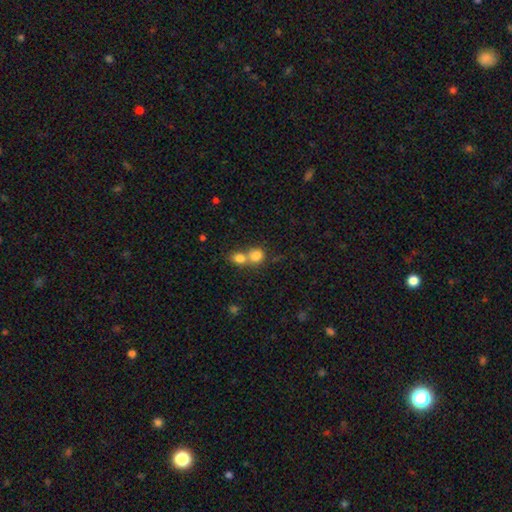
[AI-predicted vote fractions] Morphology: type=smooth (78%); roundness=round (69%); merging=merger (60%).